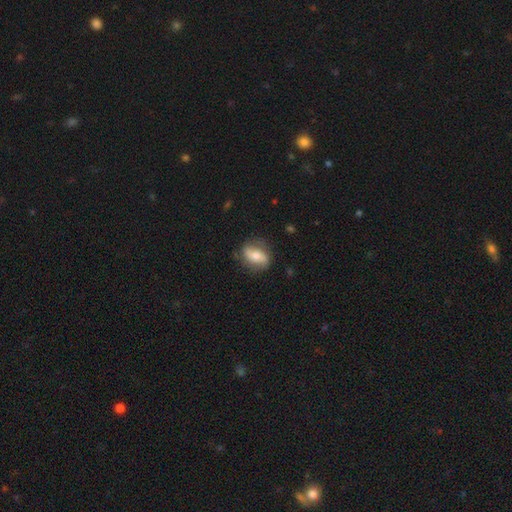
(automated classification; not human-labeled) Smooth or featured: featured or disk — 52% (smooth — 41%)
Edge-on disk: no — 91% (yes — 9%)
Merging: none — 75% (minor disturbance — 18%)